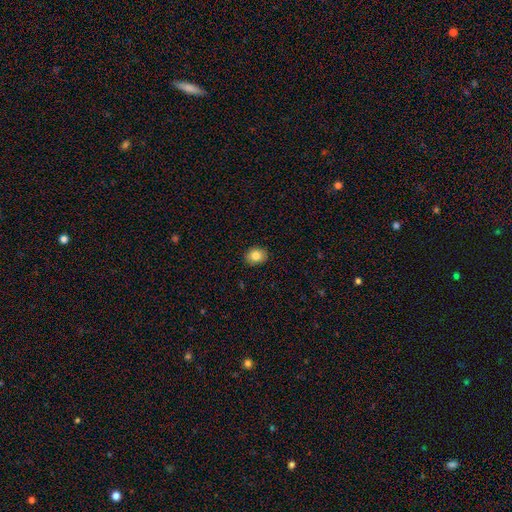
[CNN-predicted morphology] type=smooth (83%); roundness=in between (50%); merging=none (89%).